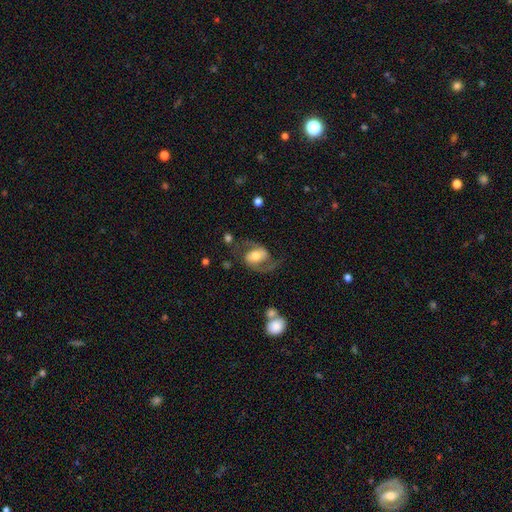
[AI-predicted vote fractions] This is likely a featured or disk galaxy (78%). It is clearly not viewed edge-on (97%). Bar: marginally weak (39%). Spiral arm pattern: clearly yes (92%). Spiral arm count: clearly 2 (91%). Spiral winding: possibly medium (48%). Central bulge: likely moderate (63%). Merging: likely none (65%).